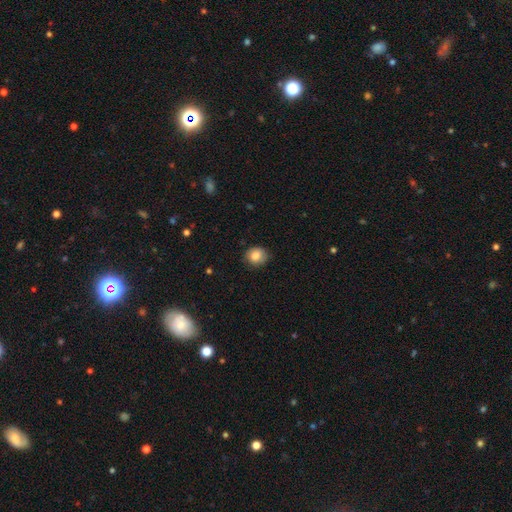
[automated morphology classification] Smooth or featured?
  - smooth: 84% *
  - star or artifact: 8%
  - featured or disk: 8%
How rounded?
  - round: 70% *
  - in between: 29%
  - cigar-shaped: 1%
Merging?
  - none: 81% *
  - minor disturbance: 15%
  - major disturbance: 3%
  - merger: 1%